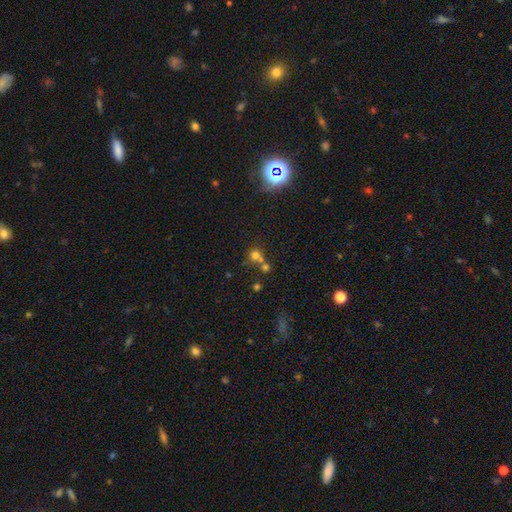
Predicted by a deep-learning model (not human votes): Overall: smooth (68%). How rounded: round (84%). Merging: merger (45%; none 43%).